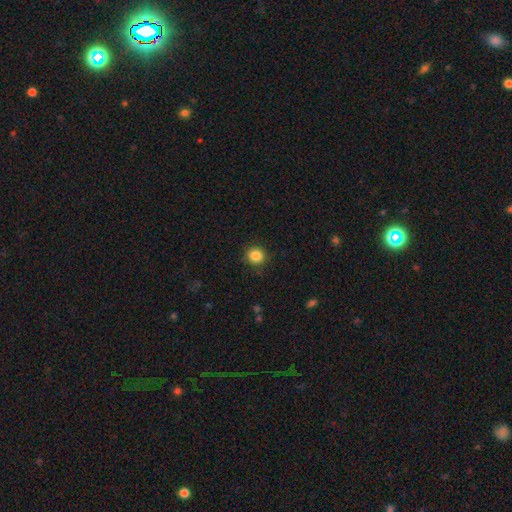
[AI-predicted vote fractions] This appears to be a smooth galaxy with no disk features (85%) that is round (91%). Merging: none (89%).